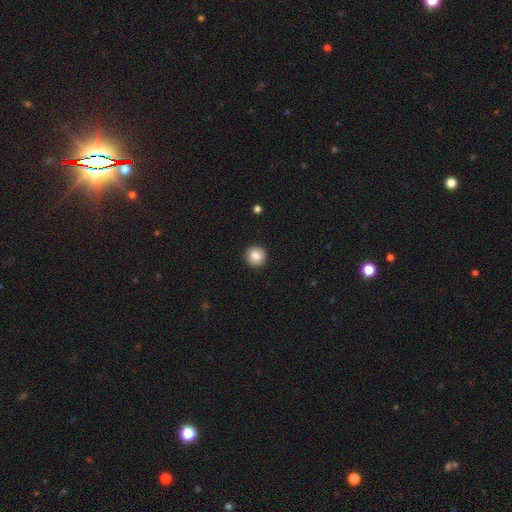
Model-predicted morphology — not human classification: Smooth or featured? smooth (85%)
How rounded? round (95%)
Merging? none (93%)